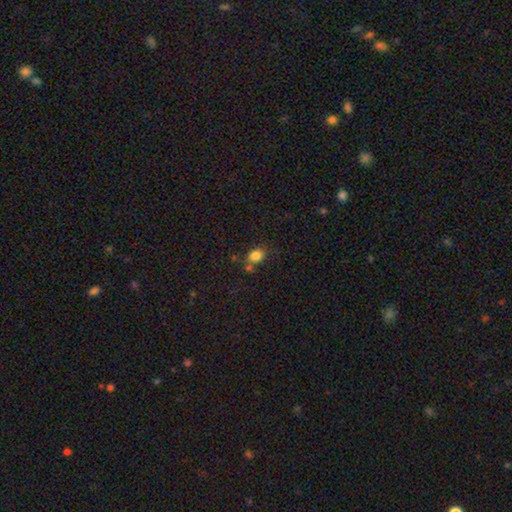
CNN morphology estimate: Smooth or featured? smooth (83%)
How rounded? in between (53%)
Merging? none (66%)